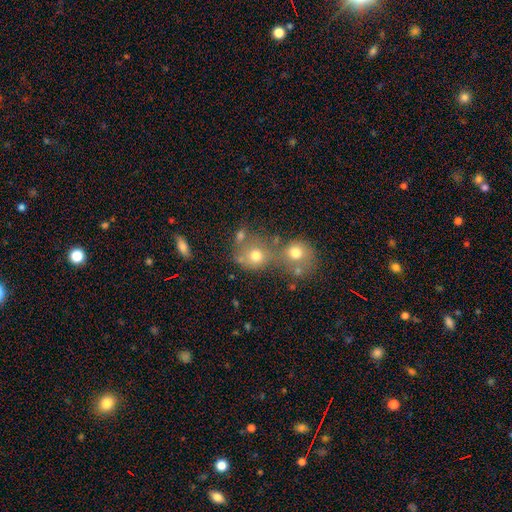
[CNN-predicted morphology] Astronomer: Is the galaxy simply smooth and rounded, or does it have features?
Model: smooth — 70%.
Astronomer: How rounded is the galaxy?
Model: round — 79%.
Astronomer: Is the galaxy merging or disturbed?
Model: merger — 51% (runner-up: none, 35%).